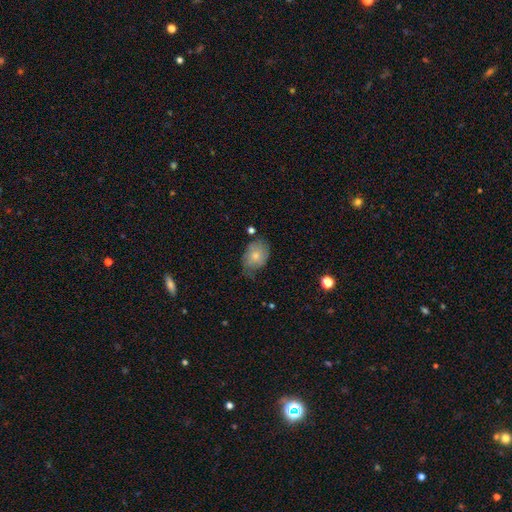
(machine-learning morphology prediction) Smooth or featured?
  - smooth: 69% *
  - featured or disk: 23%
  - star or artifact: 7%
How rounded?
  - in between: 72% *
  - round: 27%
  - cigar-shaped: 1%
Merging?
  - none: 50% *
  - minor disturbance: 36%
  - major disturbance: 11%
  - merger: 3%